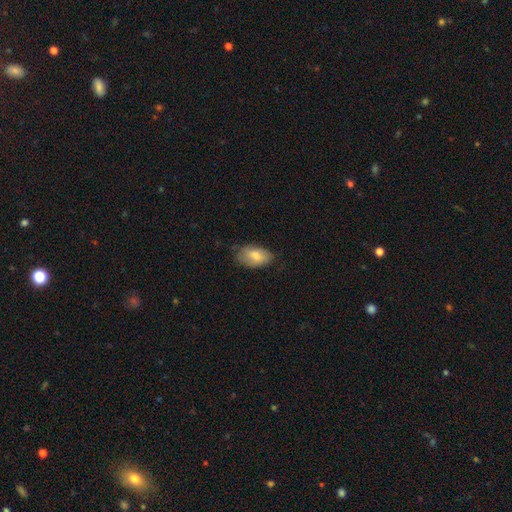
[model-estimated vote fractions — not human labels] Smooth or featured?
  - smooth: 78% *
  - featured or disk: 15%
  - star or artifact: 6%
How rounded?
  - in between: 93% *
  - round: 5%
  - cigar-shaped: 2%
Merging?
  - none: 66% *
  - minor disturbance: 27%
  - major disturbance: 6%
  - merger: 1%